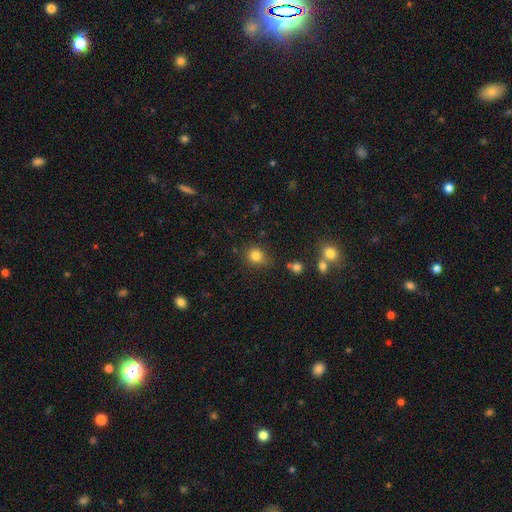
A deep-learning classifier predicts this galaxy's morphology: Smooth or featured? smooth (81%)
How rounded? round (80%)
Merging? none (77%)